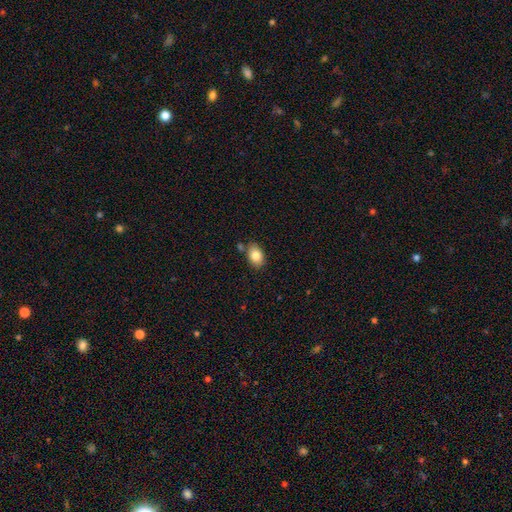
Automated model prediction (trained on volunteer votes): A smooth galaxy with no disk features (84%) that is in between round and cigar-shaped (84%).

Vote fractions:
- Smooth or featured? smooth: 84% / featured or disk: 8% / star or artifact: 8%
- How rounded? in between: 84% / round: 15% / cigar-shaped: 1%
- Merging? none: 77% / minor disturbance: 13% / merger: 7% / major disturbance: 3%